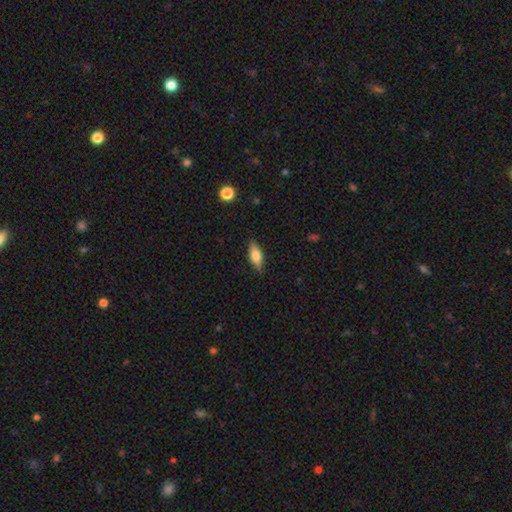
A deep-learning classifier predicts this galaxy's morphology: A smooth galaxy with no disk features (67%) that is in between round and cigar-shaped (65%).

Vote fractions:
- Smooth or featured? smooth: 67% / featured or disk: 26% / star or artifact: 7%
- How rounded? in between: 65% / cigar-shaped: 31% / round: 3%
- Merging? none: 86% / minor disturbance: 11% / major disturbance: 2% / merger: 1%